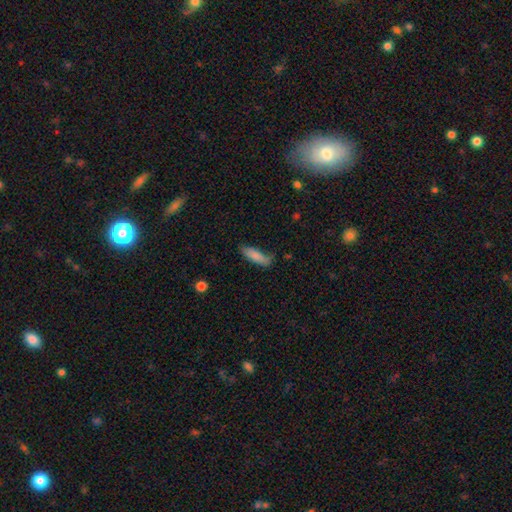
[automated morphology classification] smooth-or-featured: smooth: 82% | featured or disk: 11% | star or artifact: 7%
  how-rounded: cigar-shaped: 50% | in between: 48% | round: 2%
  merging: none: 62% | minor disturbance: 28% | major disturbance: 7% | merger: 3%